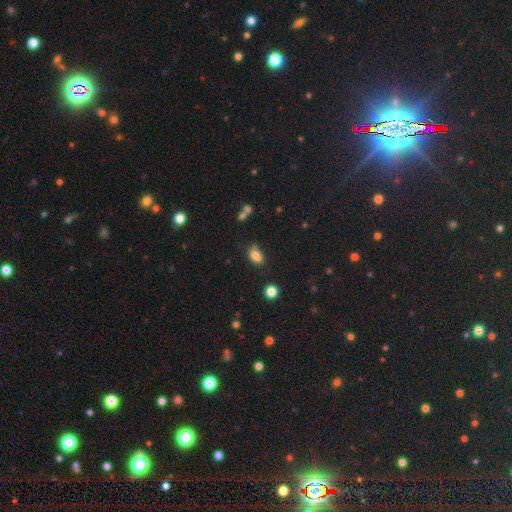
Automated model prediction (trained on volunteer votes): Smooth or featured? smooth (83%)
How rounded? in between (87%)
Merging? none (66%)